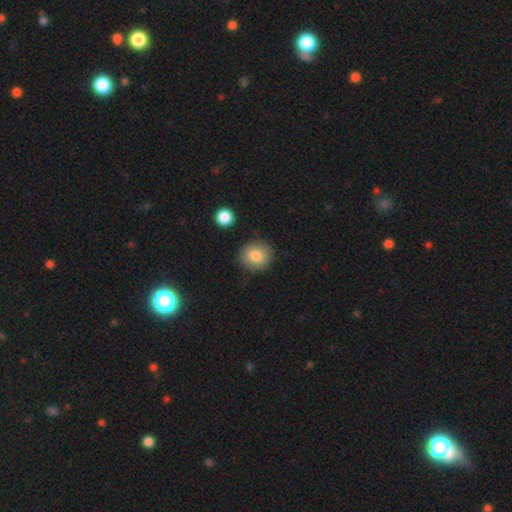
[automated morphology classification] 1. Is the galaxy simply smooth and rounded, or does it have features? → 83% smooth, 9% star or artifact, 9% featured or disk.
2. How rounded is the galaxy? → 82% round, 17% in between, 1% cigar-shaped.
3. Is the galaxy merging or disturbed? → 82% none, 12% minor disturbance, 3% major disturbance, 2% merger.